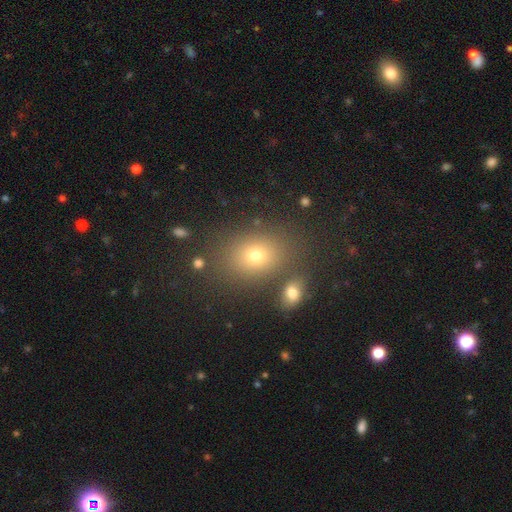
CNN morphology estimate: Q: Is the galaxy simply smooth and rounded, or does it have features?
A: smooth — 73%.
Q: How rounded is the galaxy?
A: in between — 59%.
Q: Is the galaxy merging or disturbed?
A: none — 75%.